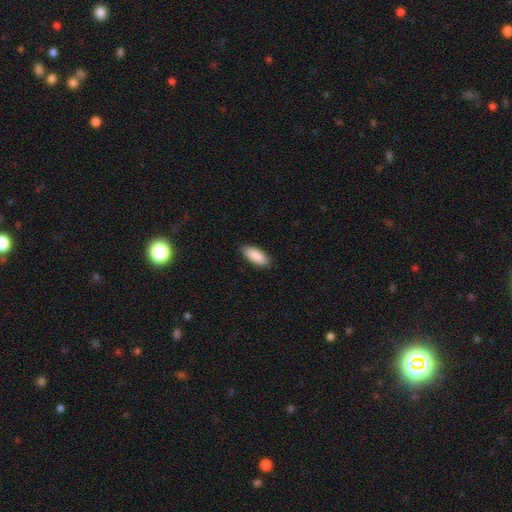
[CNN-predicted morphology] This appears to be a smooth galaxy with no disk features (90%) that is in between round and cigar-shaped (77%). Merging: none (88%).